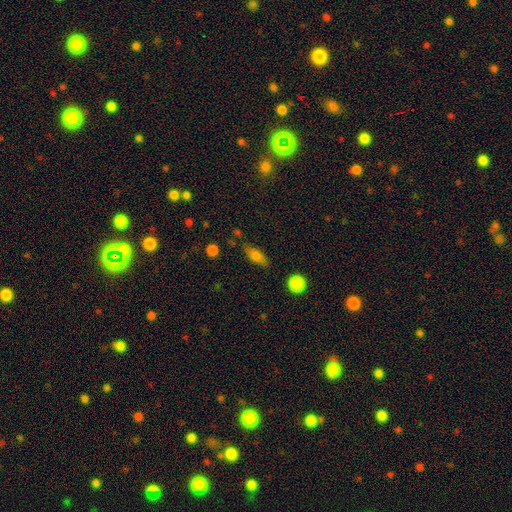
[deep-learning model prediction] smooth-or-featured: smooth: 74% | featured or disk: 18% | star or artifact: 8%
  how-rounded: in between: 70% | cigar-shaped: 26% | round: 5%
  merging: none: 75% | minor disturbance: 16% | major disturbance: 4% | merger: 4%